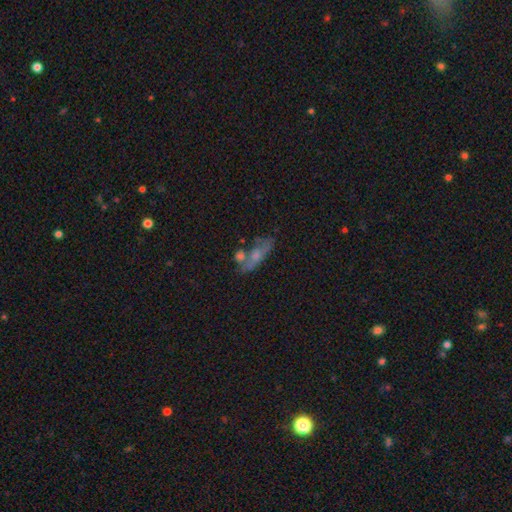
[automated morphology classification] The model was most divided on "smooth or featured": smooth: 45%, featured or disk: 43%, star or artifact: 12%. Remaining: merging — none (48%).